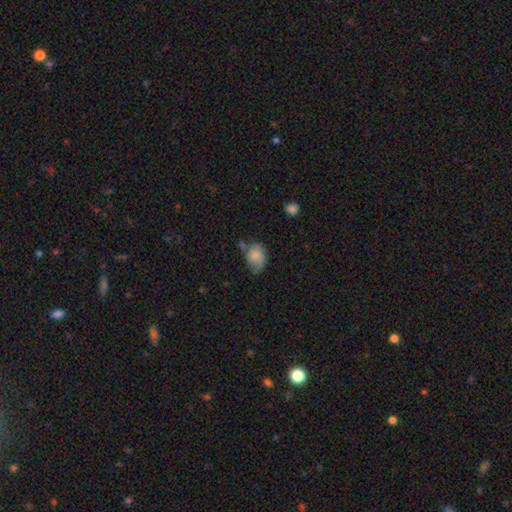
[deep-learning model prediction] A smooth galaxy with no disk features (72%) that is in between round and cigar-shaped (71%). Merging: none (44%).